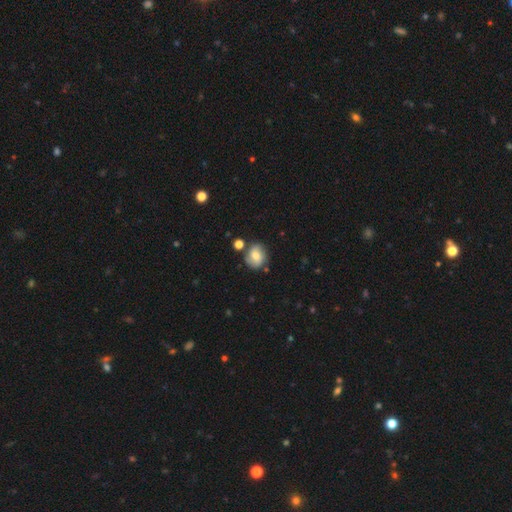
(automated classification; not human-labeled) Morphology: type=smooth (58%); roundness=round (67%); merging=none (68%).